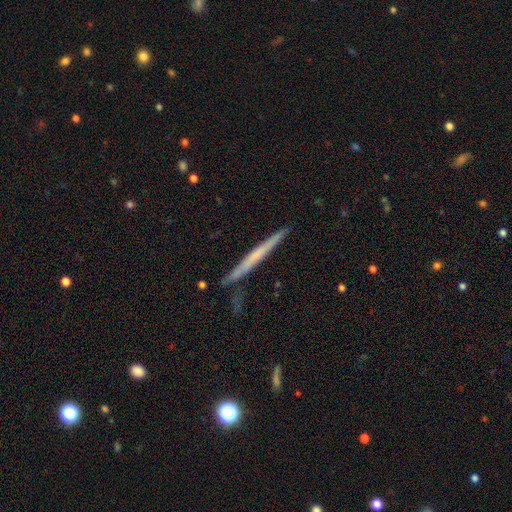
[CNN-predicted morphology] featured or disk 54%, smooth 40%, star or artifact 6%. Down the decision tree: edge-on disk — yes (97%); edge-on bulge — none (81%); merging — none (86%).